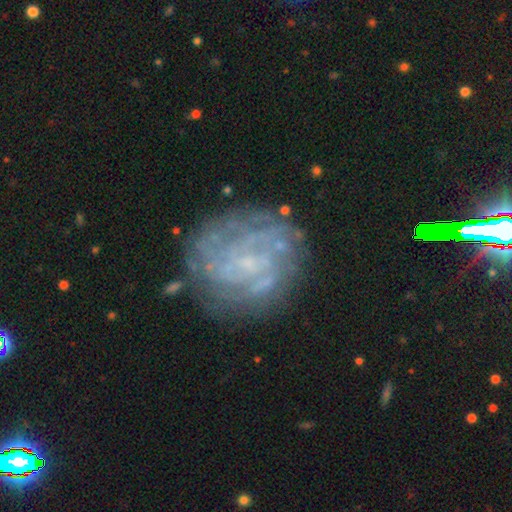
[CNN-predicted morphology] This is likely a featured or disk galaxy (78%). It is clearly not viewed edge-on (98%). Bar: possibly no (59%). Spiral arm pattern: clearly yes (87%). Spiral arm count: marginally can't tell (44%). Spiral winding: likely tight (68%). Central bulge: likely small (66%). Merging: likely none (75%).